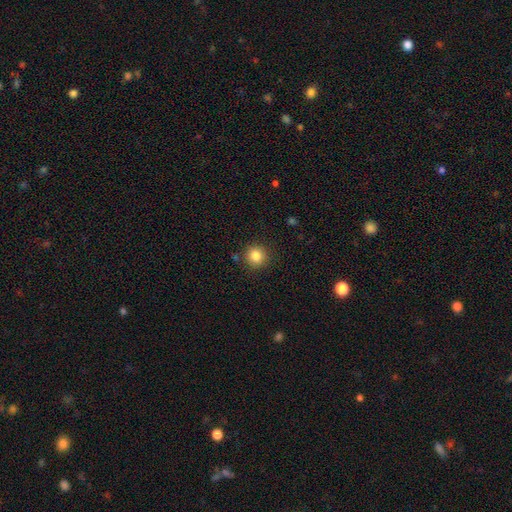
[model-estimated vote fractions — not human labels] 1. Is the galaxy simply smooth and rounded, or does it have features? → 84% smooth, 11% star or artifact, 5% featured or disk.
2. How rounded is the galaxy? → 93% round, 6% in between, 1% cigar-shaped.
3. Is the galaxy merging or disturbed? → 88% none, 7% minor disturbance, 2% major disturbance, 2% merger.